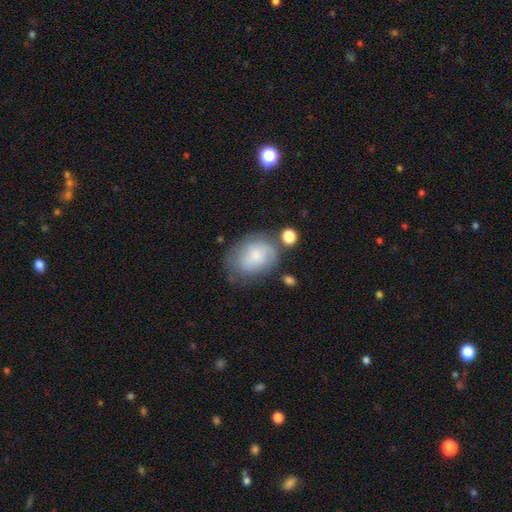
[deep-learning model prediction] This appears to be a smooth galaxy with no disk features (68%) that is in between round and cigar-shaped (65%). Merging: none (52%).